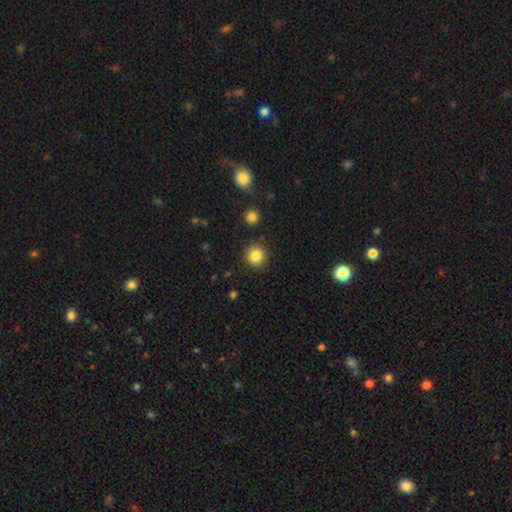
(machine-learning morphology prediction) smooth_or_featured: smooth (p=0.85) [alt: star or artifact p=0.11]
how_rounded: round (p=0.93) [alt: in between p=0.06]
merging: none (p=0.89) [alt: minor disturbance p=0.07]